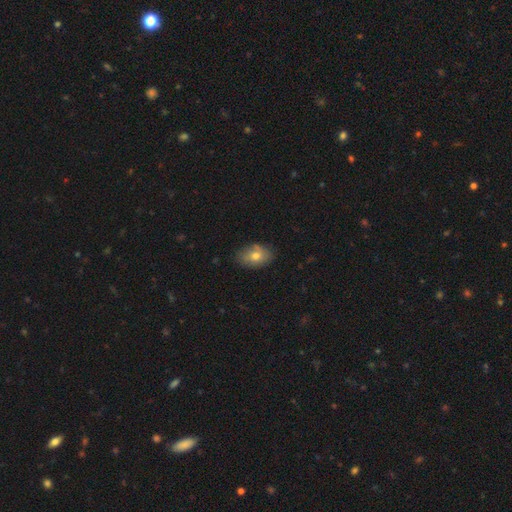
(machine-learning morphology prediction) A smooth galaxy with no disk features (74%) that is in between round and cigar-shaped (84%). Merging: none (77%).